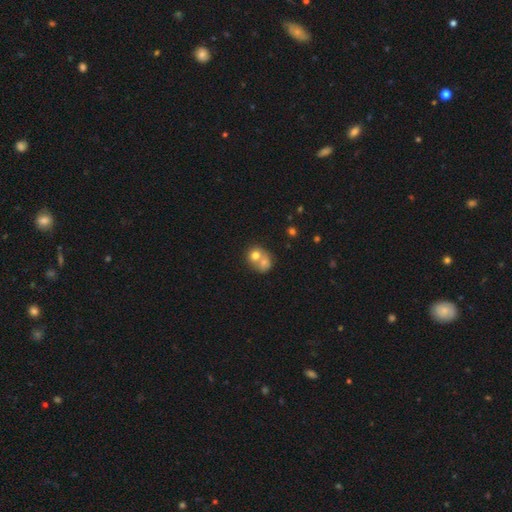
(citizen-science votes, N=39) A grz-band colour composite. It shows a smooth galaxy with no disk features (64%) that is round (60%). Merging: merger (76%).